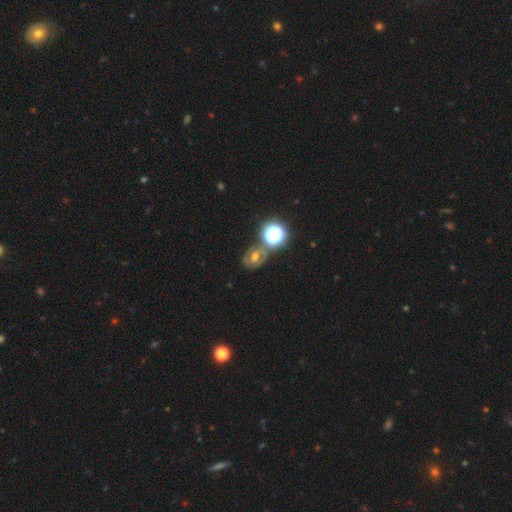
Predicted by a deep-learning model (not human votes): Q: Smooth or featured?
A: star or artifact (42%); runner-up: smooth (33%)